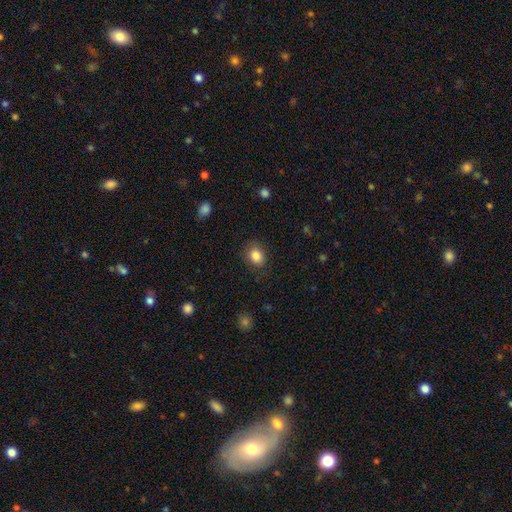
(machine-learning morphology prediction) Q: Smooth or featured?
A: smooth (85%); runner-up: star or artifact (9%)
Q: How rounded?
A: round (52%); runner-up: in between (47%)
Q: Merging?
A: none (82%); runner-up: minor disturbance (13%)